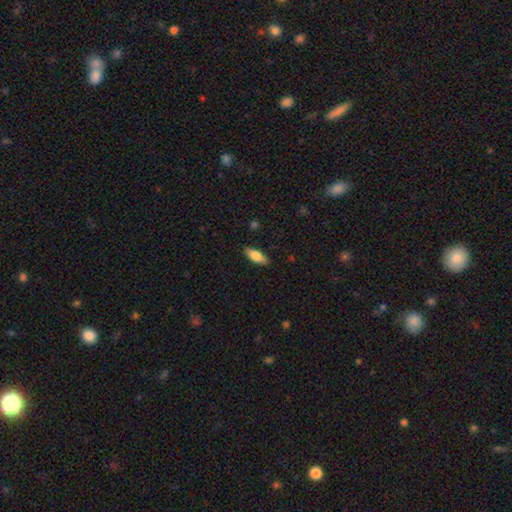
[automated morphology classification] Smooth or featured? smooth (75%)
How rounded? in between (73%)
Merging? none (87%)